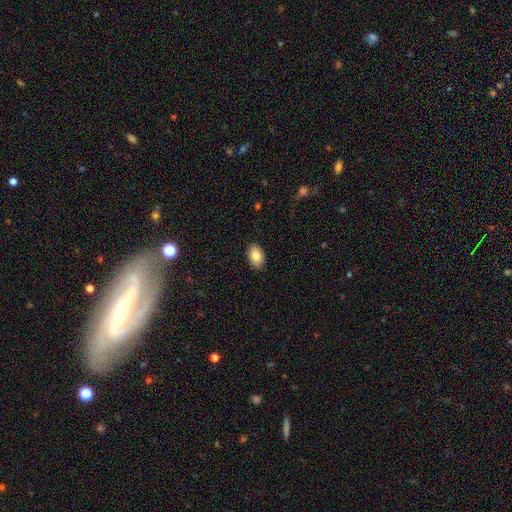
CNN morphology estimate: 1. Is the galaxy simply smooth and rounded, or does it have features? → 84% smooth, 9% featured or disk, 7% star or artifact.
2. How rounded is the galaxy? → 89% in between, 10% round, 1% cigar-shaped.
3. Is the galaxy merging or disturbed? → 88% none, 9% minor disturbance, 2% major disturbance, 1% merger.